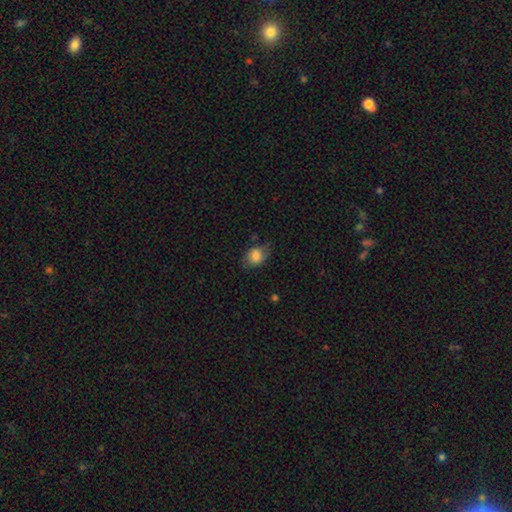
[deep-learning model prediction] This is clearly a smooth galaxy (81%). How rounded: possibly in between (53%). Merging: likely none (62%).